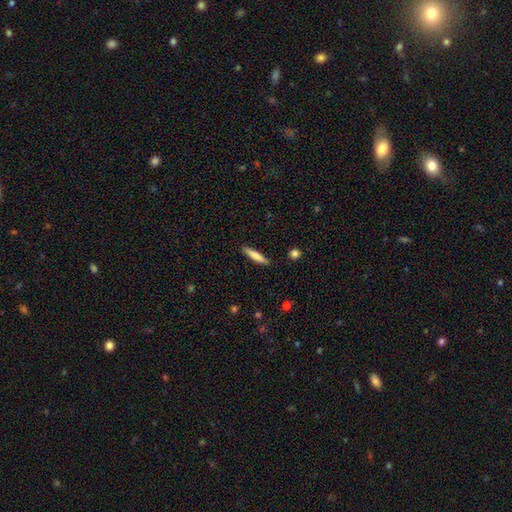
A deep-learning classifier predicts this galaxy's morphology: Overall: smooth (76%). How rounded: cigar-shaped (90%). Merging: none (89%).